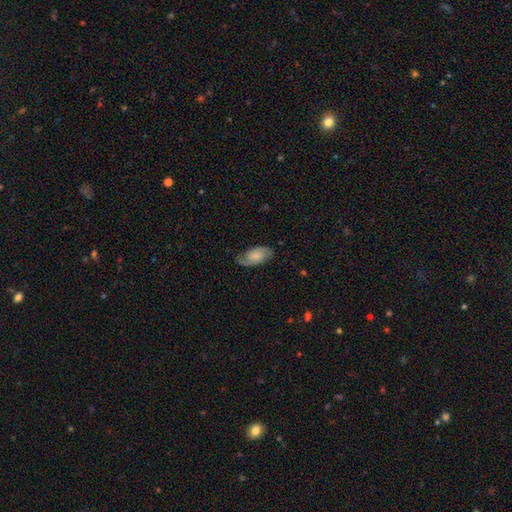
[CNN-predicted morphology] A featured or disk galaxy (48%). Merging: none (75%).